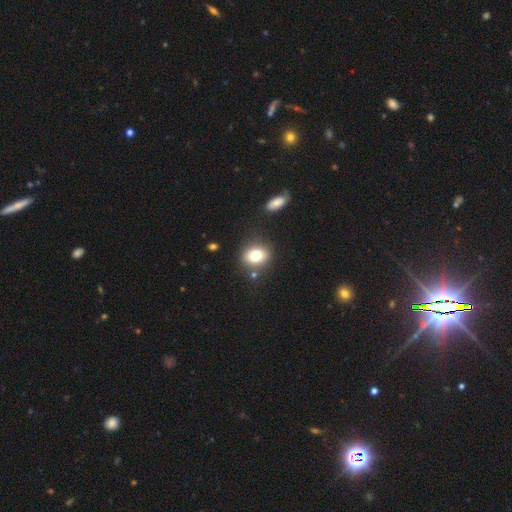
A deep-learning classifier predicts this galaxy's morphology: This is likely a smooth galaxy (77%). How rounded: possibly round (59%). Merging: likely none (77%).